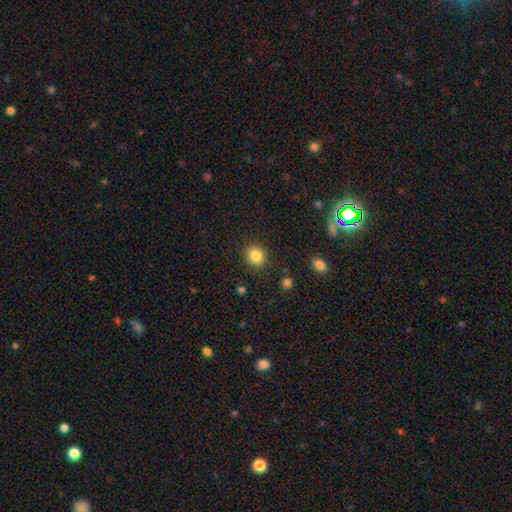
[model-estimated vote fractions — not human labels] Overall: smooth (84%). How rounded: round (85%). Merging: none (89%).